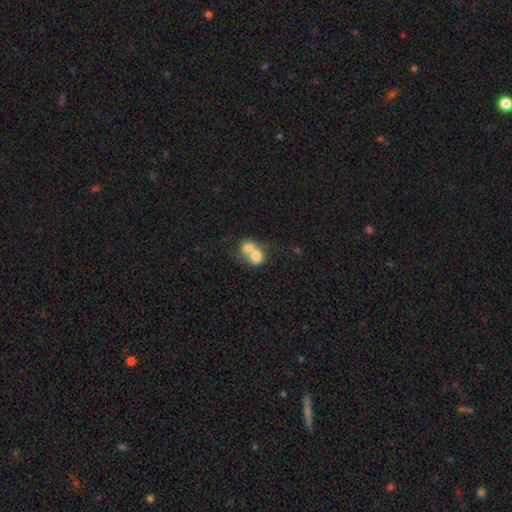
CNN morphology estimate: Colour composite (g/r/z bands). It shows a smooth galaxy with no disk features (70%) that is round (61%). Merging: merger (76%).